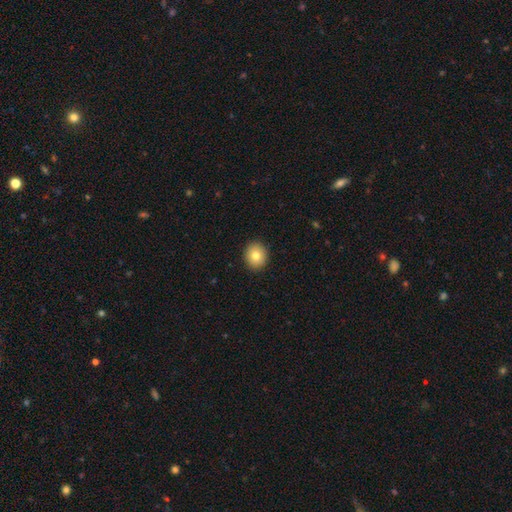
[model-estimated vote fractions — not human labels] A smooth galaxy with no disk features (80%) that is round (77%).

Vote fractions:
- Smooth or featured? smooth: 80% / featured or disk: 11% / star or artifact: 9%
- How rounded? round: 77% / in between: 22% / cigar-shaped: 1%
- Merging? none: 91% / minor disturbance: 6% / major disturbance: 2% / merger: 1%